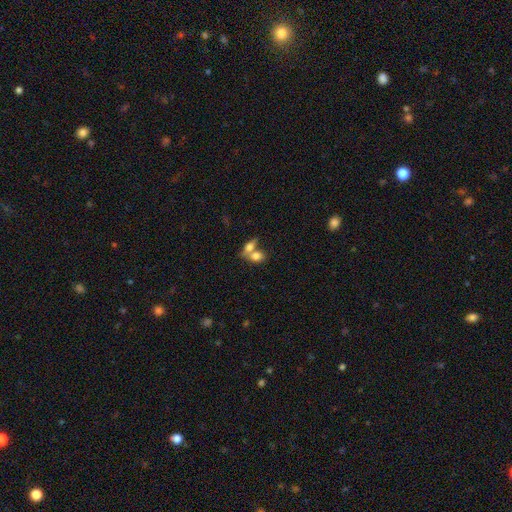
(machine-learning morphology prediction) A smooth galaxy with no disk features (73%) that is in between round and cigar-shaped (68%).

Vote fractions:
- Smooth or featured? smooth: 73% / featured or disk: 18% / star or artifact: 8%
- How rounded? in between: 68% / round: 28% / cigar-shaped: 5%
- Merging? merger: 60% / none: 29% / minor disturbance: 8% / major disturbance: 4%